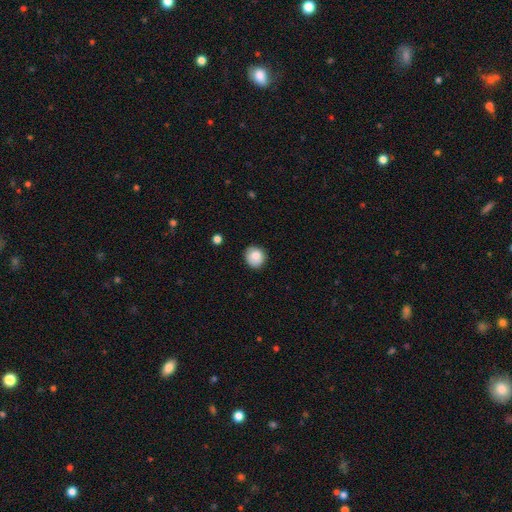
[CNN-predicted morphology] Smooth or featured?
  - smooth: 84% *
  - star or artifact: 8%
  - featured or disk: 7%
How rounded?
  - round: 88% *
  - in between: 11%
  - cigar-shaped: 1%
Merging?
  - none: 84% *
  - minor disturbance: 12%
  - major disturbance: 2%
  - merger: 1%